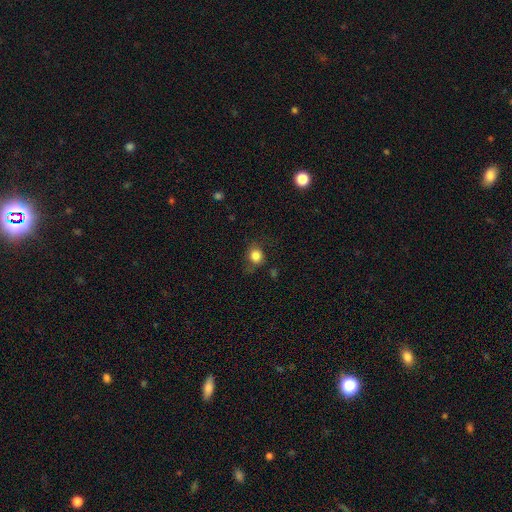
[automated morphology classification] Overall: smooth (82%). How rounded: round (73%). Merging: none (70%).